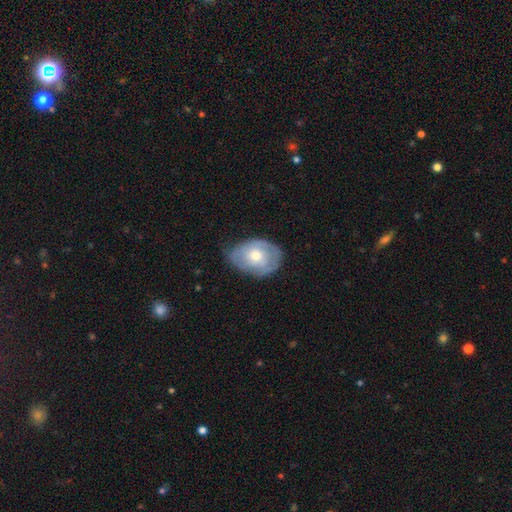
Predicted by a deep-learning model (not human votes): This is possibly a featured or disk galaxy (54%). It is clearly not viewed edge-on (95%). Bar: clearly no (81%). Spiral arm pattern: likely yes (62%). Central bulge: likely moderate (69%). Merging: possibly none (60%).